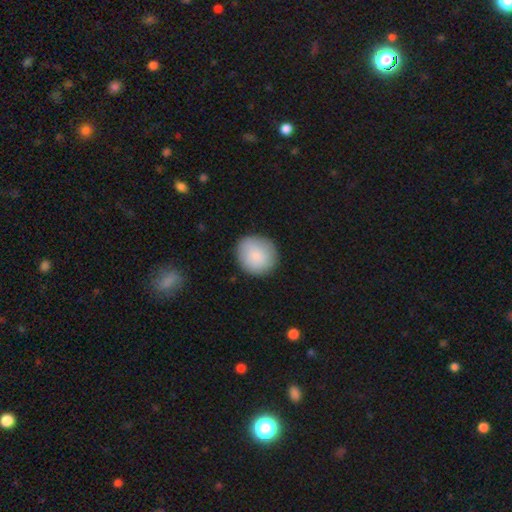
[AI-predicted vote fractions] A smooth galaxy with no disk features (87%) that is round (88%).

Vote fractions:
- Smooth or featured? smooth: 87% / star or artifact: 6% / featured or disk: 6%
- How rounded? round: 88% / in between: 11% / cigar-shaped: 1%
- Merging? none: 87% / minor disturbance: 9% / major disturbance: 2% / merger: 1%